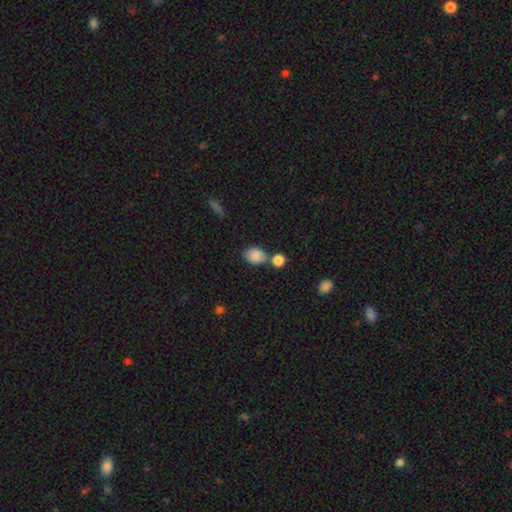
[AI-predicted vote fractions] smooth-or-featured: smooth: 85% | star or artifact: 8% | featured or disk: 7%
  how-rounded: in between: 64% | round: 34% | cigar-shaped: 1%
  merging: none: 58% | merger: 24% | minor disturbance: 14% | major disturbance: 4%